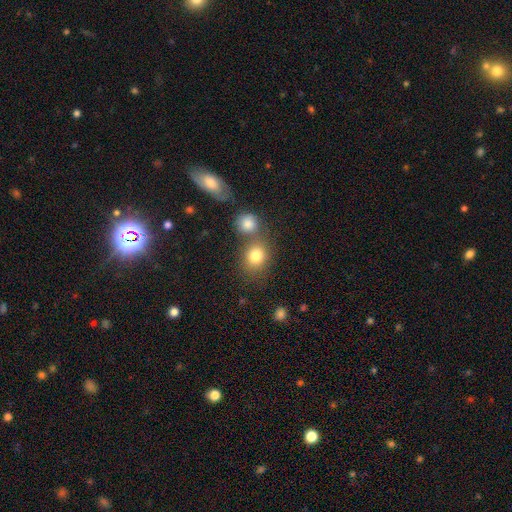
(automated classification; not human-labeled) Smooth or featured? Predicted: smooth (p=0.81). How rounded? Predicted: round (p=0.68). Merging? Predicted: none (p=0.52).